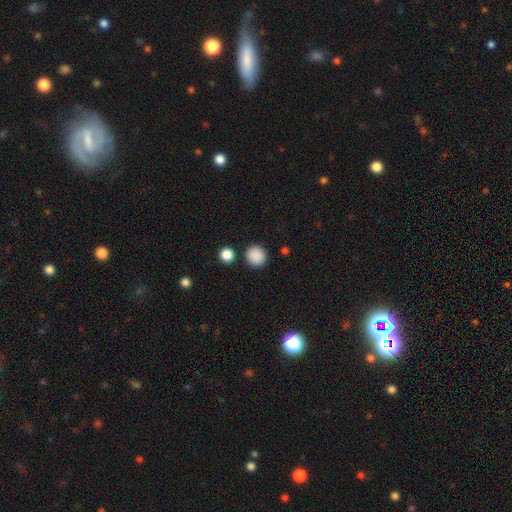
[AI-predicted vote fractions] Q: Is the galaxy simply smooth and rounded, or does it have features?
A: smooth — 88%.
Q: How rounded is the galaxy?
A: round — 91%.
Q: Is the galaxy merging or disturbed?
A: none — 87%.